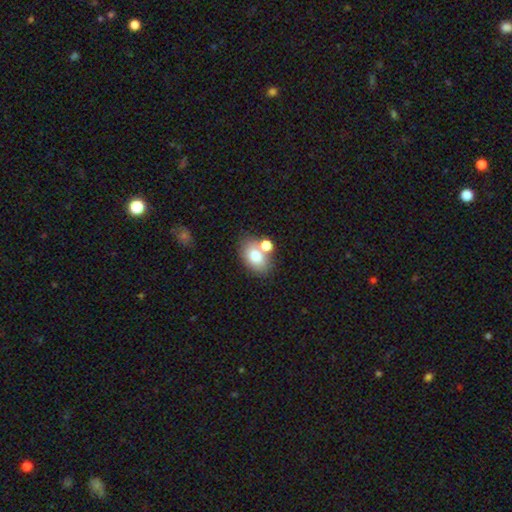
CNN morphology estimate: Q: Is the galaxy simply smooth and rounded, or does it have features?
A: smooth — 74%.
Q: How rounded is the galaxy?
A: in between — 79%.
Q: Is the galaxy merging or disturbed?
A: none — 55%.